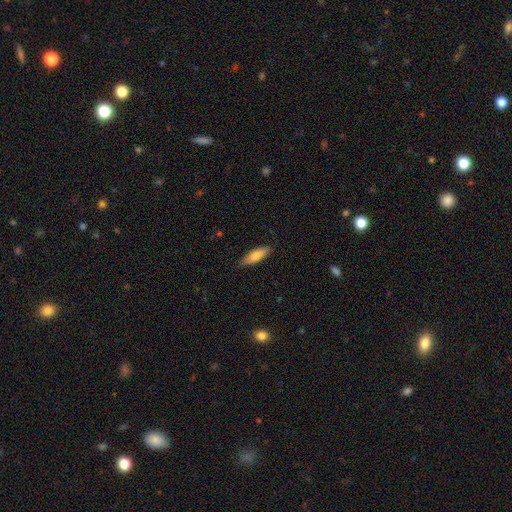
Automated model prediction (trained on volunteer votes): Smooth or featured: smooth — 76% (featured or disk — 18%)
How rounded: in between — 57% (cigar-shaped — 41%)
Merging: none — 86% (minor disturbance — 11%)